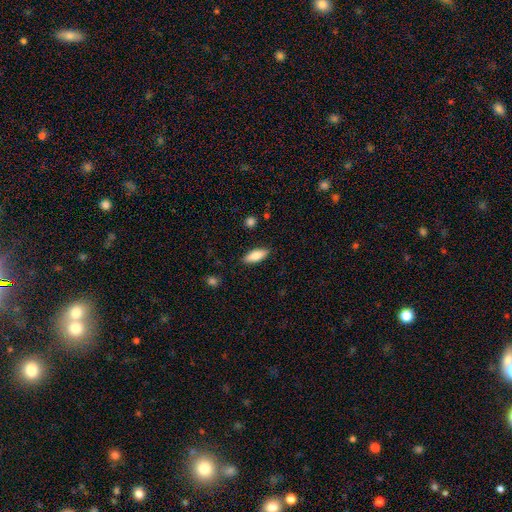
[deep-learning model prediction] A smooth galaxy with no disk features (80%) that is in between round and cigar-shaped (72%). Merging: none (87%).